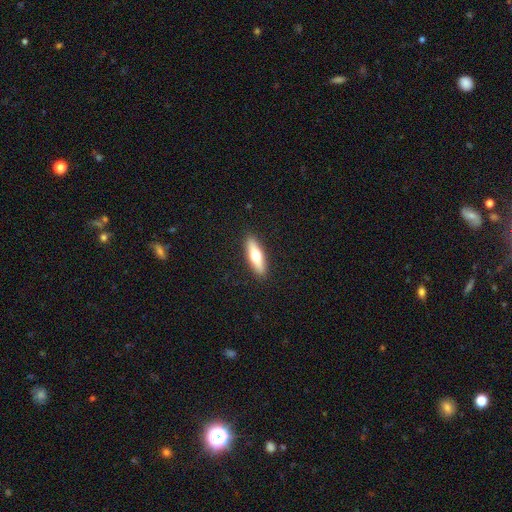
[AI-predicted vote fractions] A smooth galaxy with no disk features (57%) that is cigar-shaped (62%). Merging: none (90%).